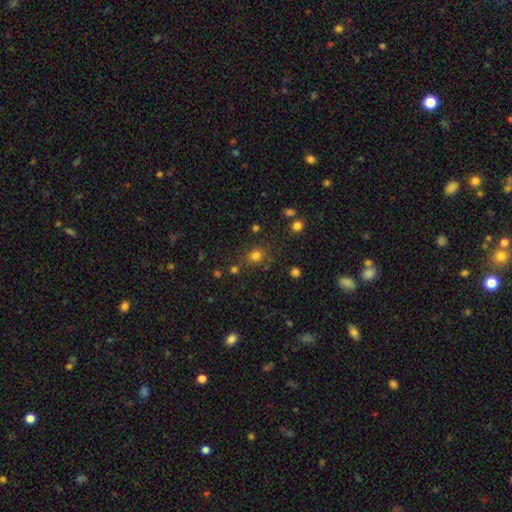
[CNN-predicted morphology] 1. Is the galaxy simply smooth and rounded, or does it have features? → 77% smooth, 17% star or artifact, 7% featured or disk.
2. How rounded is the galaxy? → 64% round, 35% in between, 1% cigar-shaped.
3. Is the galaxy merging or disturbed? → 74% none, 13% minor disturbance, 8% merger, 5% major disturbance.